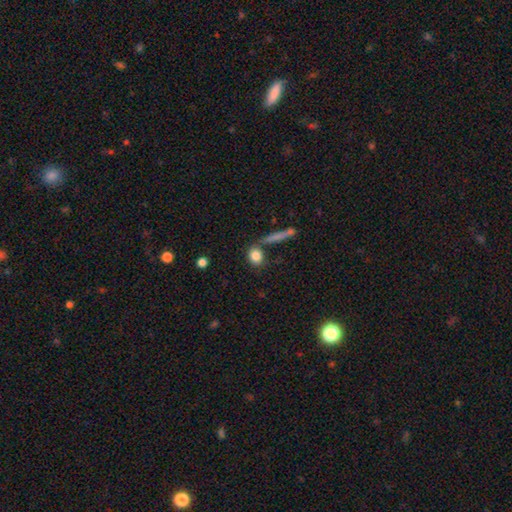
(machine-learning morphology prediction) This appears to be a smooth galaxy with no disk features (84%) that is round (65%). Merging: none (70%).